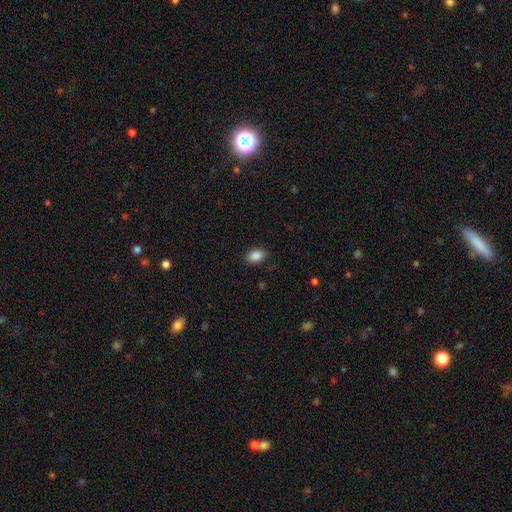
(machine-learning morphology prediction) Q: Smooth or featured?
A: smooth (87%); runner-up: star or artifact (8%)
Q: How rounded?
A: in between (84%); runner-up: round (15%)
Q: Merging?
A: none (86%); runner-up: minor disturbance (11%)